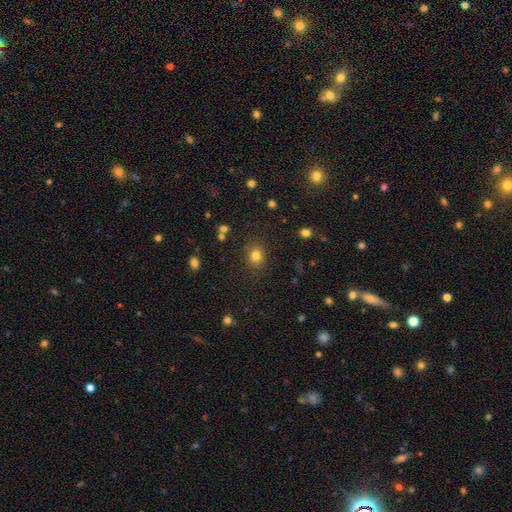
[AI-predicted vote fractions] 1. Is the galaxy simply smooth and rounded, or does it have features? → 80% smooth, 14% star or artifact, 6% featured or disk.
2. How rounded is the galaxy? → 72% round, 27% in between, 1% cigar-shaped.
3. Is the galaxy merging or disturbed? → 85% none, 10% minor disturbance, 4% major disturbance, 2% merger.